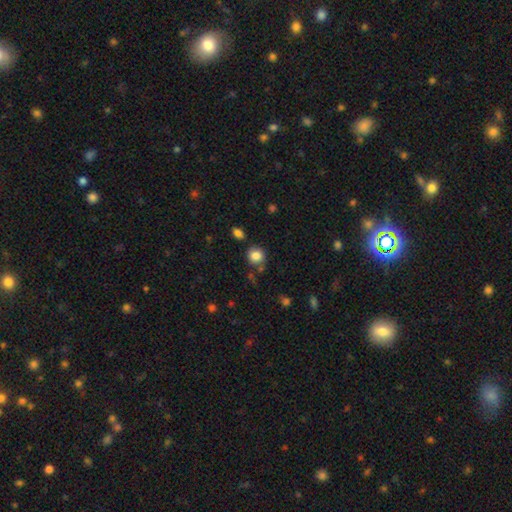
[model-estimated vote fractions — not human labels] Q: Smooth or featured?
A: smooth (84%); runner-up: star or artifact (10%)
Q: How rounded?
A: round (85%); runner-up: in between (14%)
Q: Merging?
A: none (76%); runner-up: minor disturbance (12%)